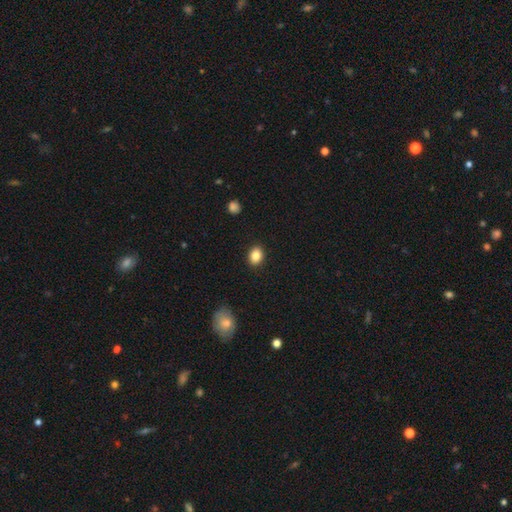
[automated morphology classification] Overall: smooth (85%). How rounded: in between (63%; round 36%). Merging: none (90%).